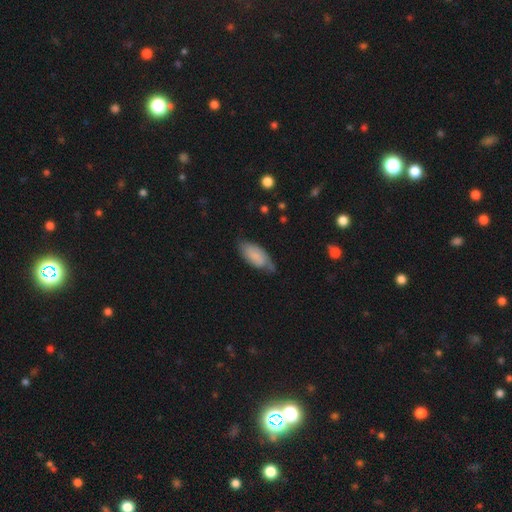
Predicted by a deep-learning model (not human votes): smooth 62%, featured or disk 31%, star or artifact 7%. Down the decision tree: how rounded — in between (90%); merging — none (53%).